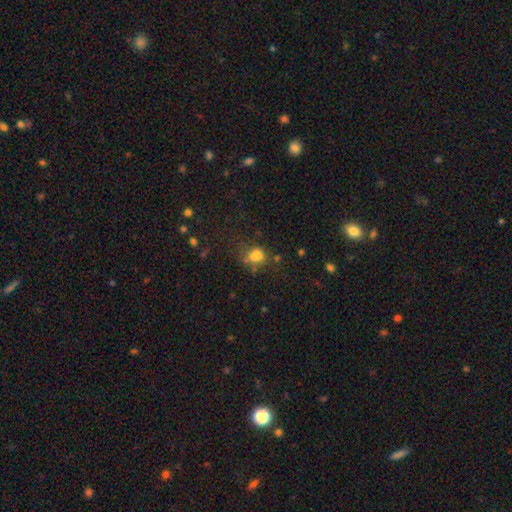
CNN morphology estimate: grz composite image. It shows a smooth galaxy with no disk features (71%) that is in between round and cigar-shaped (56%). Merging: none (44%).